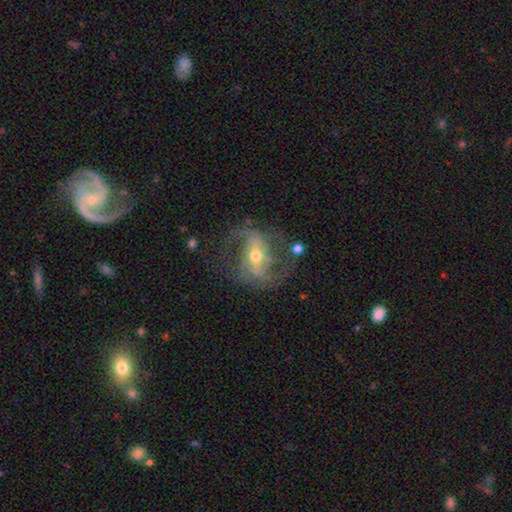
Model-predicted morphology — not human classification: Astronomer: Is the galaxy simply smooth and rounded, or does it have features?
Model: featured or disk — 86%.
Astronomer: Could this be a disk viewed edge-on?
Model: no — 95%.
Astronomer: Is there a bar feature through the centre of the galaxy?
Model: strong — 53% (runner-up: weak, 30%).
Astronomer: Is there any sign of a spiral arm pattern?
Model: yes — 93%.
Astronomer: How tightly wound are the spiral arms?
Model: loose — 44% (runner-up: medium, 43%).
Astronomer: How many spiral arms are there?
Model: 2 — 86%.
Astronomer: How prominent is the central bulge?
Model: moderate — 58% (runner-up: small, 38%).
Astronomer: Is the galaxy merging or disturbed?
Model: none — 66%.